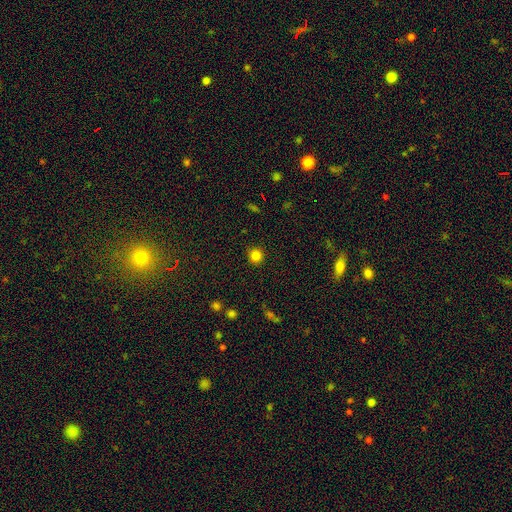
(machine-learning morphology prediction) Smooth or featured? Predicted: smooth (p=0.83). How rounded? Predicted: round (p=0.93). Merging? Predicted: none (p=0.91).